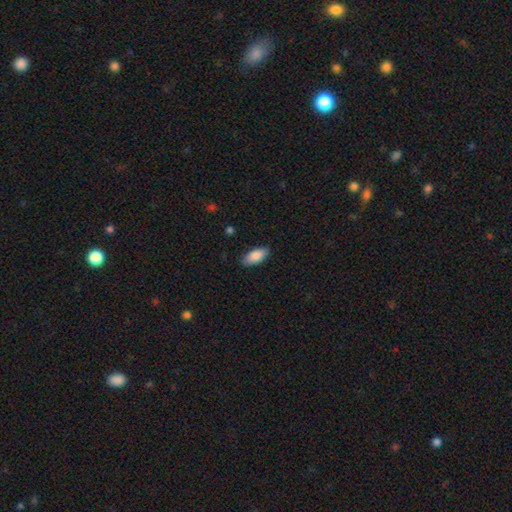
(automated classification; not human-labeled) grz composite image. It shows a smooth galaxy with no disk features (87%) that is in between round and cigar-shaped (87%). Merging: none (86%).